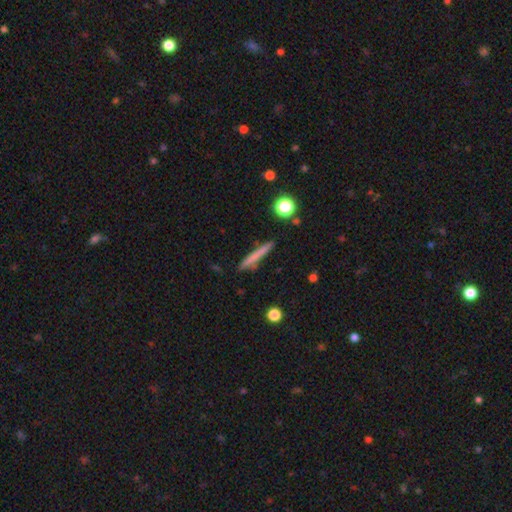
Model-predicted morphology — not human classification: Smooth or featured? smooth (67%)
How rounded? cigar-shaped (95%)
Merging? none (87%)